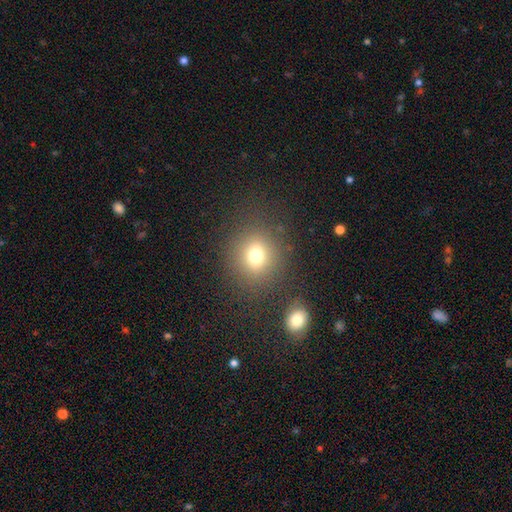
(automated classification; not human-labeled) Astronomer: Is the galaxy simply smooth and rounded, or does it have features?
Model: smooth — 74%.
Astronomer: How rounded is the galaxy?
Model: round — 79%.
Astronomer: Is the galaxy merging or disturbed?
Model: none — 81%.